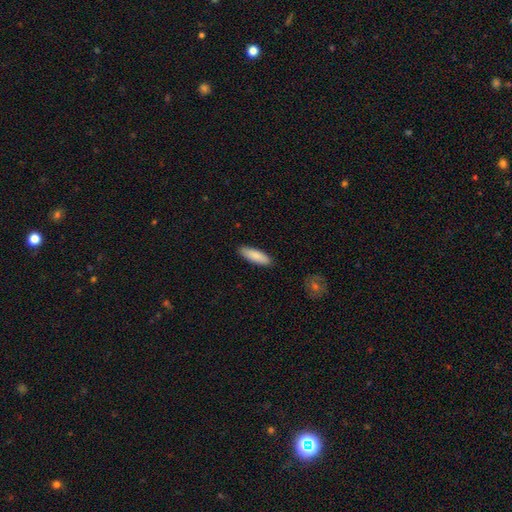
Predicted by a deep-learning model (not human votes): Smooth or featured? Predicted: smooth (p=0.87). How rounded? Predicted: in between (p=0.53). Merging? Predicted: none (p=0.90).